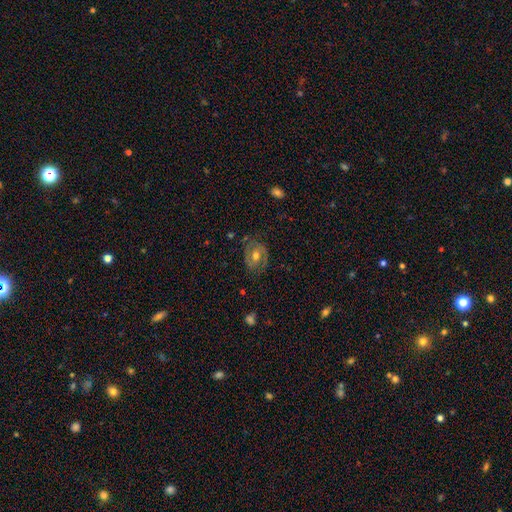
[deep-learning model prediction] Q: Smooth or featured?
A: featured or disk (64%); runner-up: smooth (28%)
Q: Edge-on disk?
A: no (96%); runner-up: yes (4%)
Q: Bar?
A: no (53%); runner-up: weak (36%)
Q: Spiral arms?
A: yes (74%); runner-up: no (26%)
Q: Bulge size?
A: moderate (74%); runner-up: small (15%)
Q: Merging?
A: none (73%); runner-up: minor disturbance (18%)